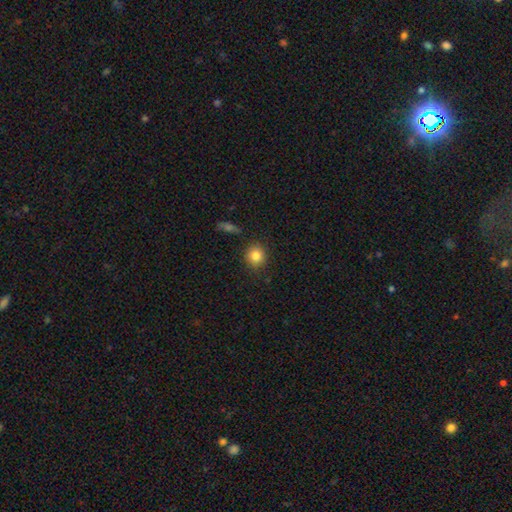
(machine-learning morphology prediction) This appears to be a smooth galaxy with no disk features (83%) that is round (85%). Merging: none (87%).